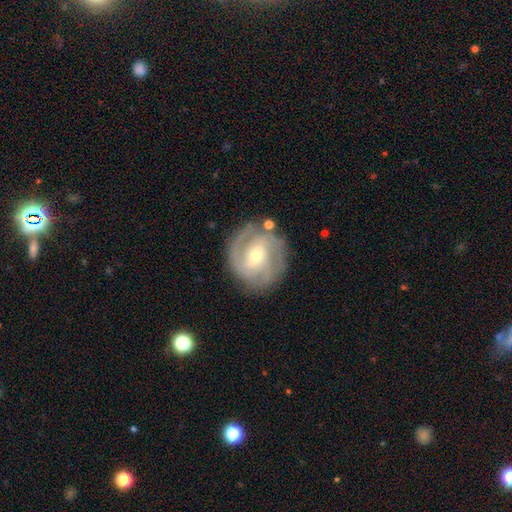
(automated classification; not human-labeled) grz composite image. It shows a featured or disk galaxy (86%) with a weak bar (45%), 3 (36%) tight (52%) spiral arms (96%) and a small central bulge (53%). Merging: none (78%).